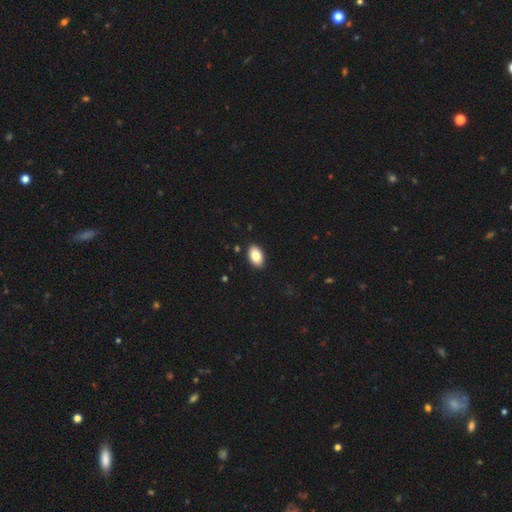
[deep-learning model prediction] Smooth or featured? Predicted: smooth (p=0.84). How rounded? Predicted: in between (p=0.93). Merging? Predicted: none (p=0.90).